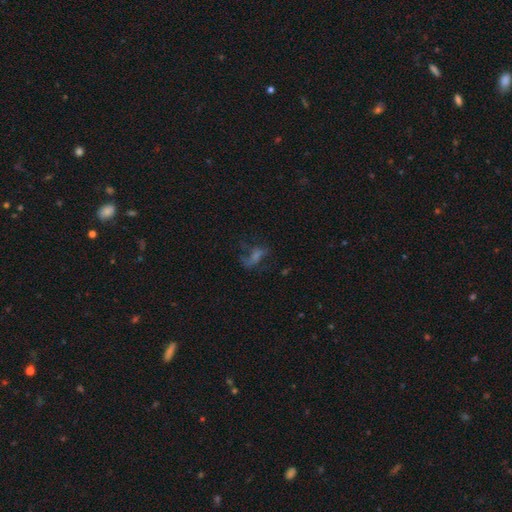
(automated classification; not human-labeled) This is possibly a featured or disk galaxy (48%). Merging: possibly none (51%).